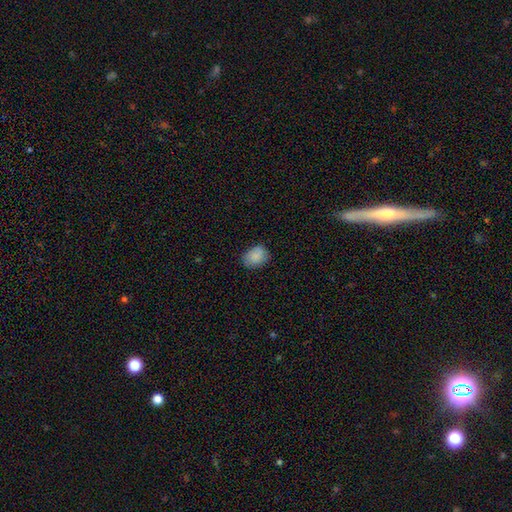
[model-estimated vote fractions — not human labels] Smooth or featured?
  - smooth: 86% *
  - star or artifact: 7%
  - featured or disk: 7%
How rounded?
  - in between: 71% *
  - round: 28%
  - cigar-shaped: 1%
Merging?
  - none: 79% *
  - minor disturbance: 17%
  - major disturbance: 3%
  - merger: 1%